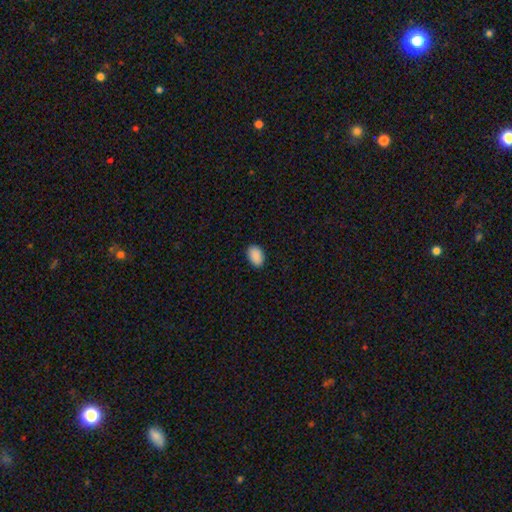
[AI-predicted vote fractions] This appears to be a smooth galaxy with no disk features (91%) that is in between round and cigar-shaped (89%). Merging: none (88%).